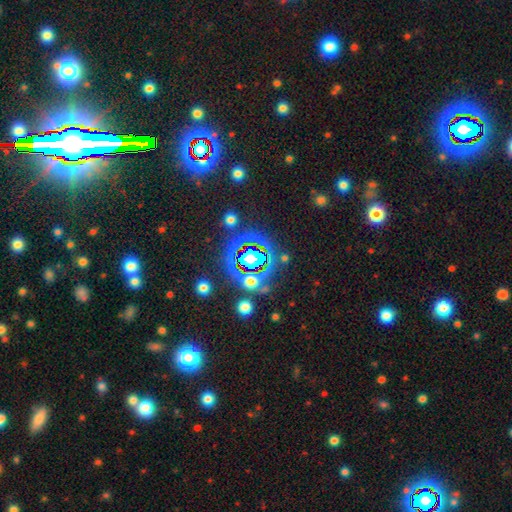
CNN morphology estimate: smooth_or_featured: star or artifact (p=0.78) [alt: smooth p=0.13]